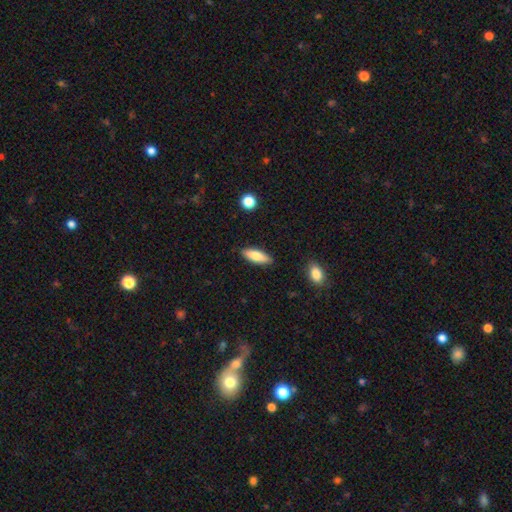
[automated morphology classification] Smooth or featured? smooth (78%)
How rounded? in between (62%)
Merging? none (88%)